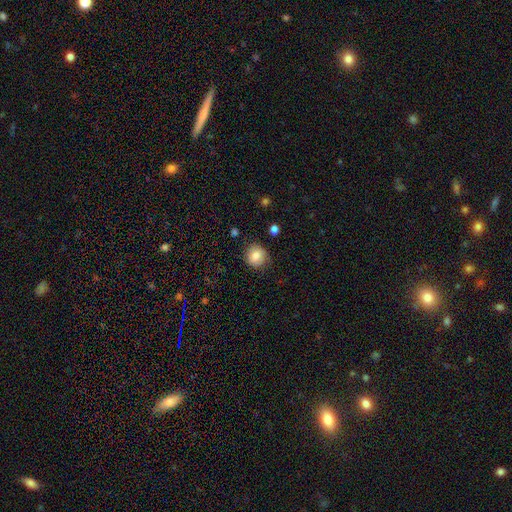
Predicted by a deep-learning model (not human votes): Q: Smooth or featured?
A: smooth (82%); runner-up: featured or disk (9%)
Q: How rounded?
A: round (88%); runner-up: in between (11%)
Q: Merging?
A: none (83%); runner-up: minor disturbance (12%)